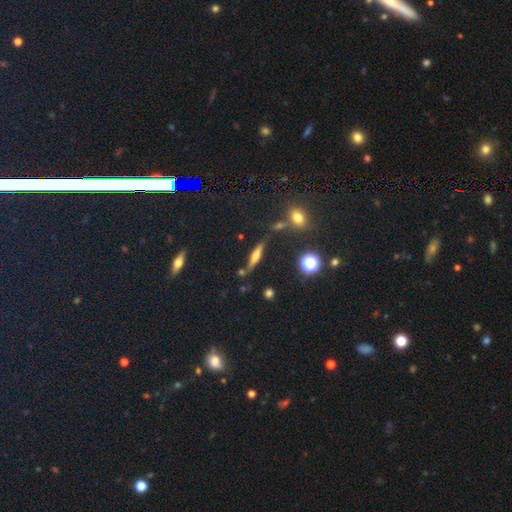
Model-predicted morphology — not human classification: Smooth or featured? smooth (45%)
Merging? none (72%)